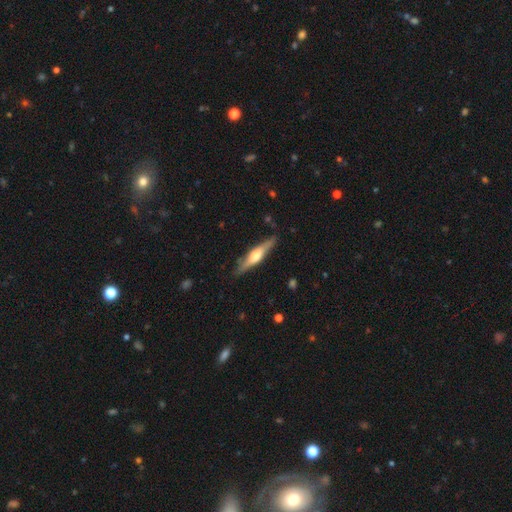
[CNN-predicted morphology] type=featured or disk (61%); edge-on=yes (95%); edge-on bulge=rounded (88%); merging=none (86%).